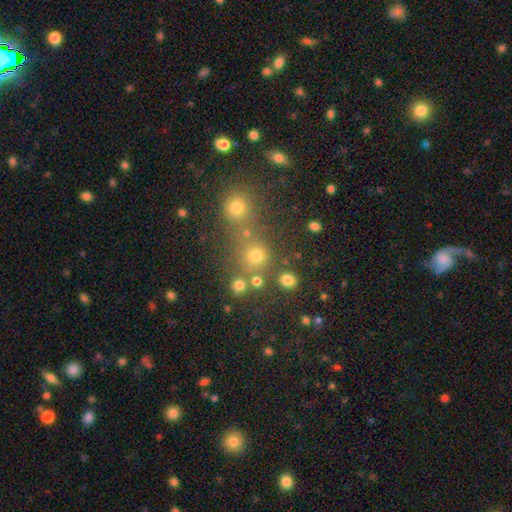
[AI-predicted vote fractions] Morphology: type=smooth (68%); roundness=round (88%); merging=none (64%).